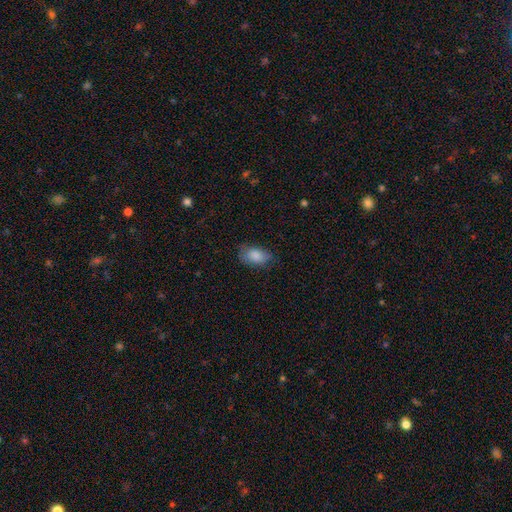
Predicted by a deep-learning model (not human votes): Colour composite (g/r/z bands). It shows a smooth galaxy with no disk features (85%) that is in between round and cigar-shaped (90%). Merging: none (69%).